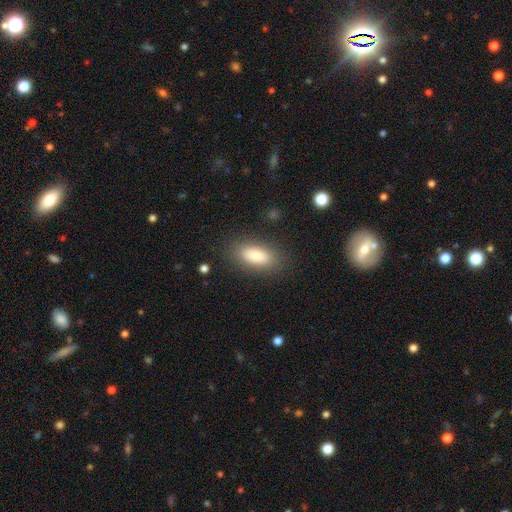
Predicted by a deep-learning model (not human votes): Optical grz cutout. It shows a smooth galaxy with no disk features (83%) that is in between round and cigar-shaped (85%). Merging: none (85%).